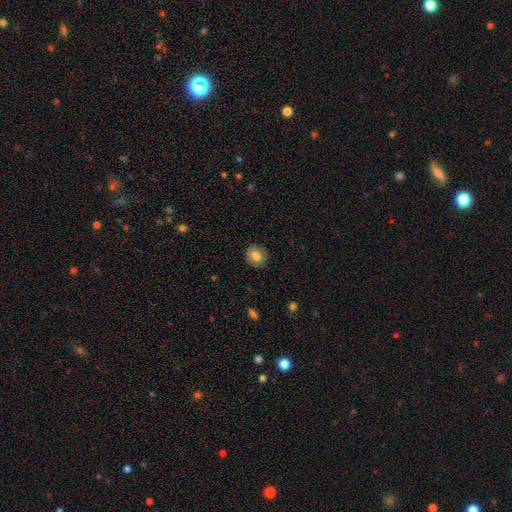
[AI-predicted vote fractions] Morphology: type=smooth (73%); roundness=round (78%); merging=none (88%).